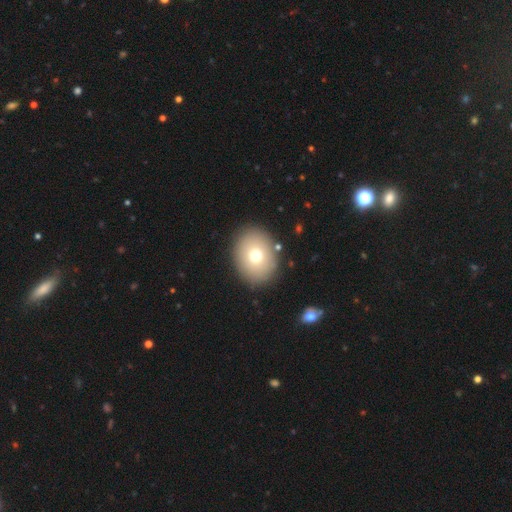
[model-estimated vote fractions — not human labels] A smooth galaxy with no disk features (73%) that is round (52%).

Vote fractions:
- Smooth or featured? smooth: 73% / featured or disk: 17% / star or artifact: 11%
- How rounded? round: 52% / in between: 47% / cigar-shaped: 1%
- Merging? none: 88% / minor disturbance: 7% / major disturbance: 3% / merger: 2%